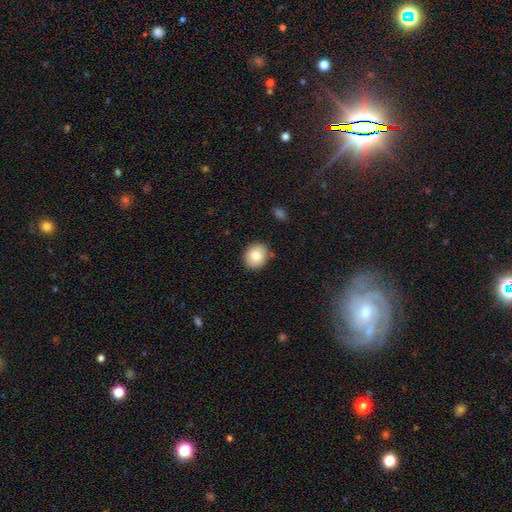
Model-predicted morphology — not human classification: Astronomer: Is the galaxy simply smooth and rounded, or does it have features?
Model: smooth — 81%.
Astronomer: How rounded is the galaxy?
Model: round — 72%.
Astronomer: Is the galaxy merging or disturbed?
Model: none — 85%.